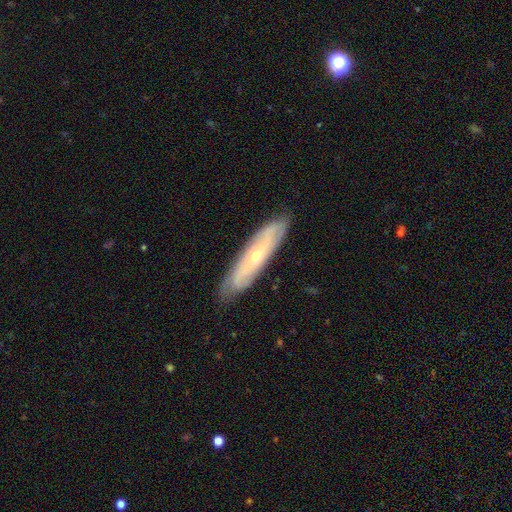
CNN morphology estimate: Smooth or featured? Predicted: featured or disk (p=0.64). Edge-on disk? Predicted: no (p=0.61). Merging? Predicted: none (p=0.81).